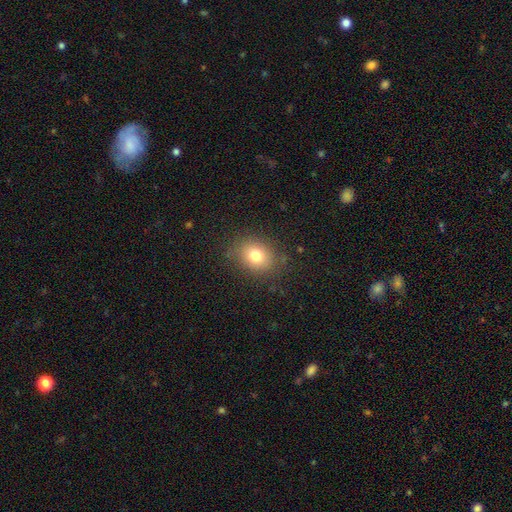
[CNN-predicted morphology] Overall: smooth (77%). How rounded: round (58%; in between 41%). Merging: none (84%).